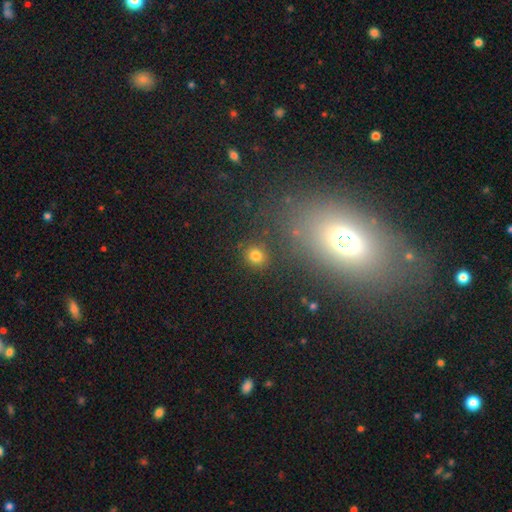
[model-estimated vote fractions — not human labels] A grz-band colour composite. It shows a smooth galaxy with no disk features (79%) that is round (78%). Merging: none (85%).